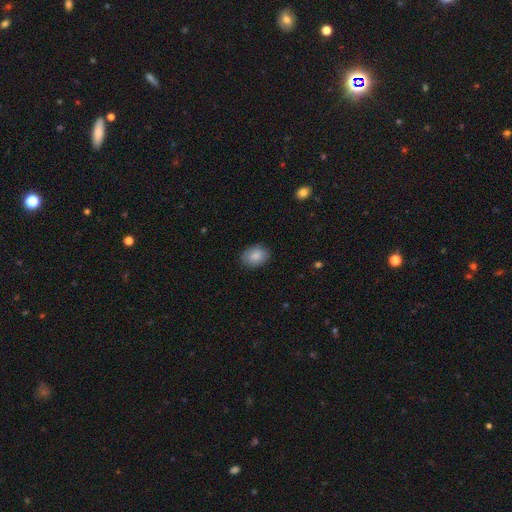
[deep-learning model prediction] Smooth or featured? Predicted: smooth (p=0.87). How rounded? Predicted: in between (p=0.79). Merging? Predicted: none (p=0.85).